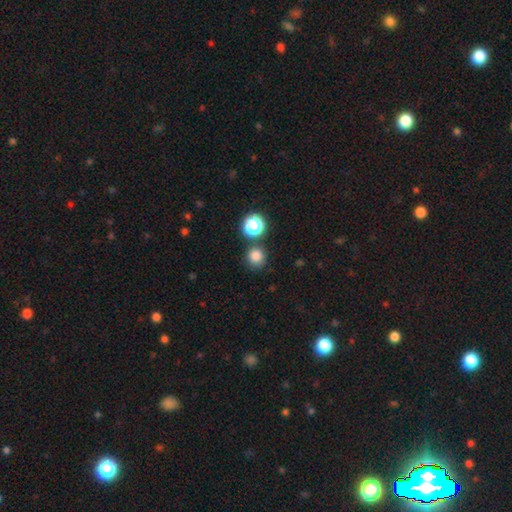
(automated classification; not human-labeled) This is clearly a smooth galaxy (80%). How rounded: clearly round (92%). Merging: likely none (79%).